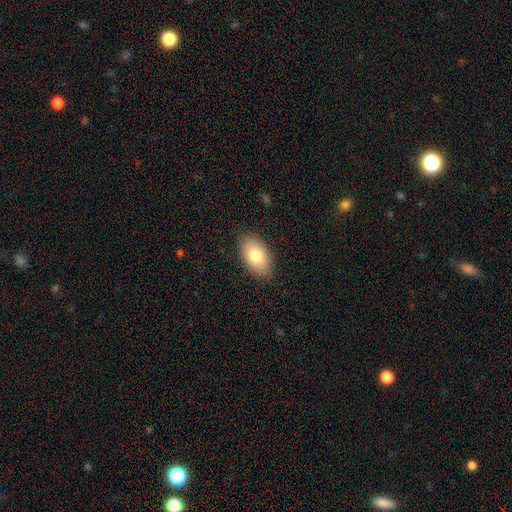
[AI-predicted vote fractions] Overall: smooth (78%). How rounded: in between (94%). Merging: none (87%).